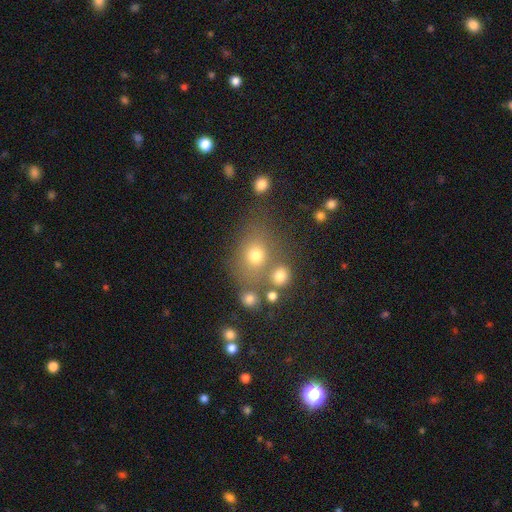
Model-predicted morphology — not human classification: A smooth galaxy with no disk features (70%) that is round (56%).

Vote fractions:
- Smooth or featured? smooth: 70% / star or artifact: 17% / featured or disk: 12%
- How rounded? round: 56% / in between: 42% / cigar-shaped: 2%
- Merging? none: 58% / merger: 21% / minor disturbance: 14% / major disturbance: 7%